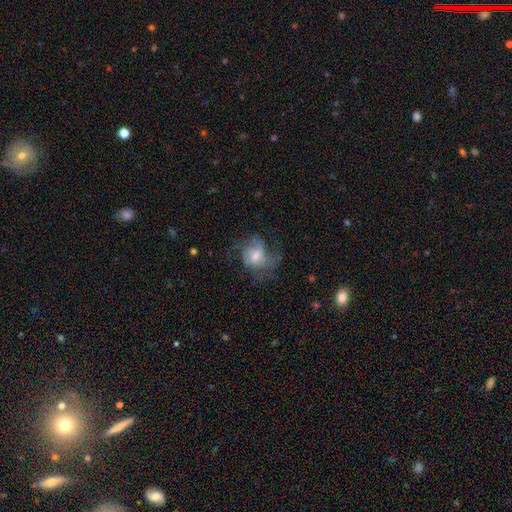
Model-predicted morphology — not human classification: Overall: featured or disk (65%; smooth 26%). Edge-on disk: no (97%). Bar: no (50%; weak 43%). Spiral arms: yes (80%). Spiral arm count: can't tell (32%; 3 25%). Spiral winding: medium (46%; loose 30%). Bulge size: moderate (52%; small 29%). Merging: none (47%; major disturbance 29%).